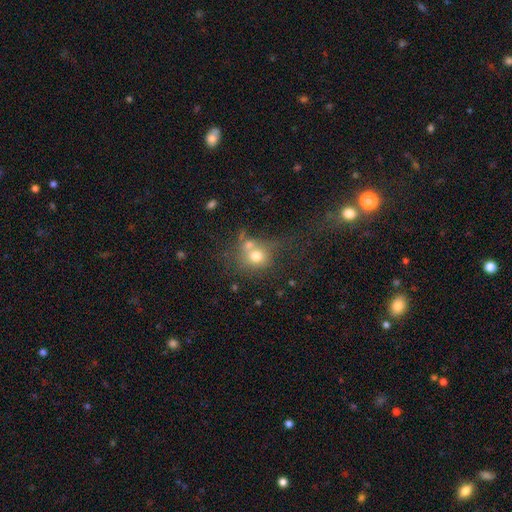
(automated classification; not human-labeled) Overall: smooth (70%). How rounded: round (80%). Merging: none (41%; merger 35%).